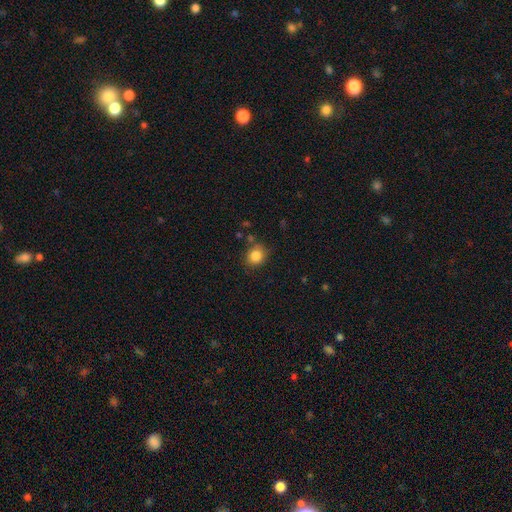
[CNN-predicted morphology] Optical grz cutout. It shows a smooth galaxy with no disk features (85%) that is round (76%). Merging: none (78%).